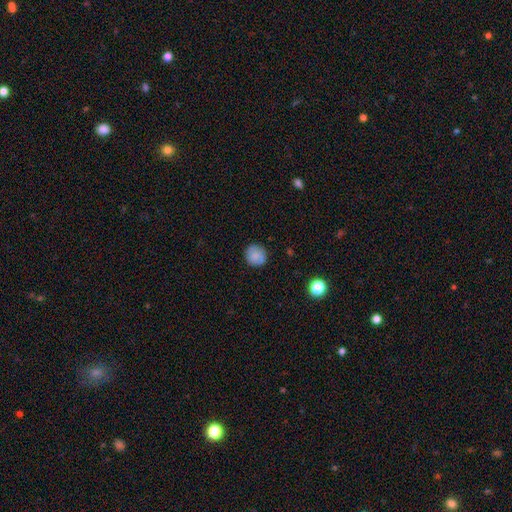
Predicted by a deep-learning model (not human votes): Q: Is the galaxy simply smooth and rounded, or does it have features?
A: smooth — 81%.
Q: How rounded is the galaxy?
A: round — 89%.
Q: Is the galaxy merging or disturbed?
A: none — 84%.